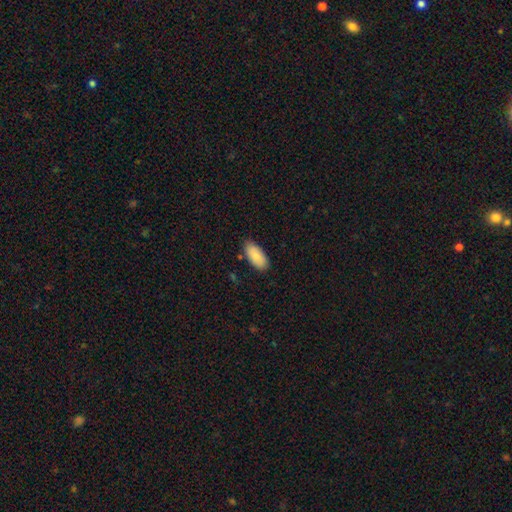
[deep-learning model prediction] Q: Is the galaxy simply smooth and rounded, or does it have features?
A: smooth — 85%.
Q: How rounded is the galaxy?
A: in between — 92%.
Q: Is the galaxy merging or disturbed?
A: none — 82%.